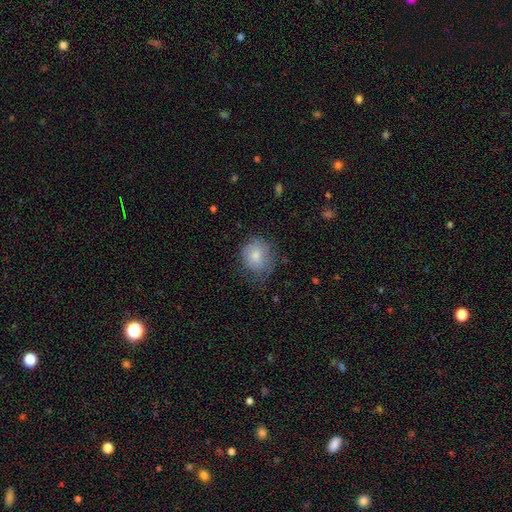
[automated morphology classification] smooth 77%, featured or disk 15%, star or artifact 8%. Down the decision tree: how rounded — round (76%); merging — none (58%).